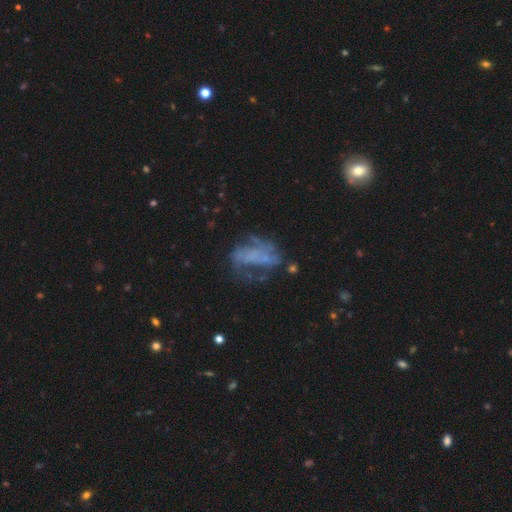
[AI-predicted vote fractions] This appears to be a featured or disk galaxy (60%) with no bar (71%), no spiral arms (57%) and no central bulge (74%). Merging: none (38%).